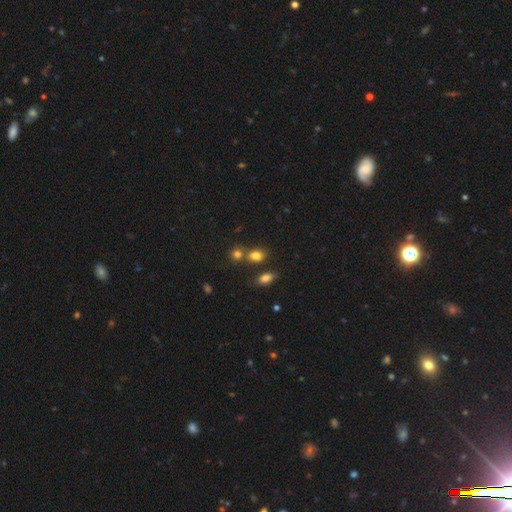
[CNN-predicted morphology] Overall: smooth (79%). How rounded: in between (53%; round 45%). Merging: none (60%; merger 25%).